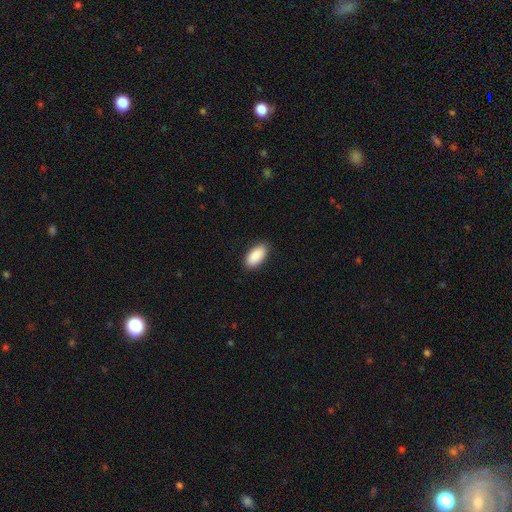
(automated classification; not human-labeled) Overall: smooth (91%). How rounded: in between (93%). Merging: none (87%).